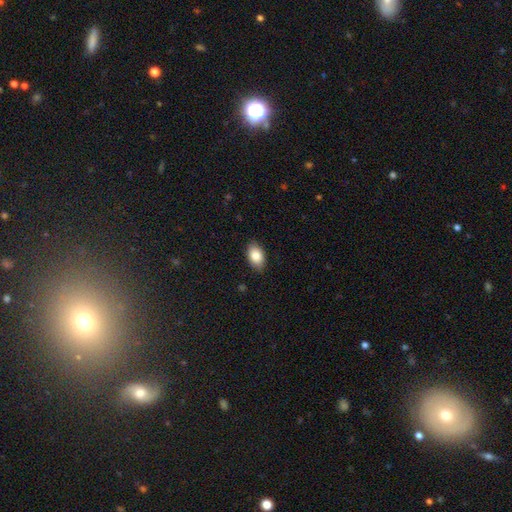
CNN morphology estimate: smooth_or_featured: smooth (p=0.85) [alt: featured or disk p=0.08]
how_rounded: in between (p=0.91) [alt: round p=0.07]
merging: none (p=0.86) [alt: minor disturbance p=0.10]